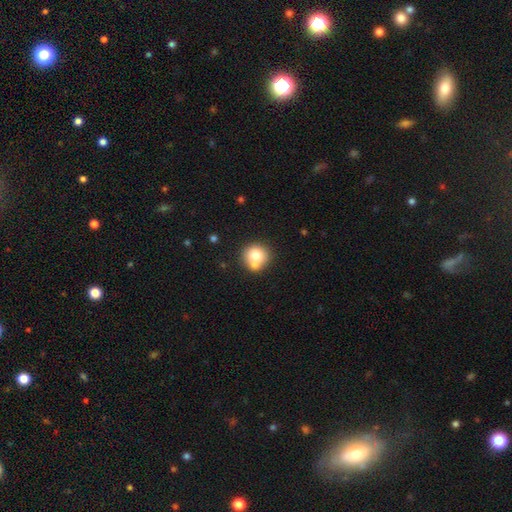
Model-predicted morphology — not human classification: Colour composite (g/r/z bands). It shows a smooth galaxy with no disk features (76%) that is round (87%). Merging: none (55%).